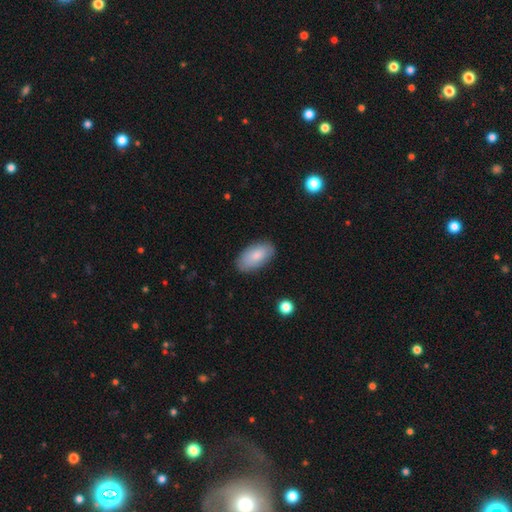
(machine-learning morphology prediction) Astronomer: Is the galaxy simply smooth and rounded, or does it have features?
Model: smooth — 83%.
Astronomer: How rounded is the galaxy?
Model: in between — 95%.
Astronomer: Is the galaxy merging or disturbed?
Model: none — 85%.